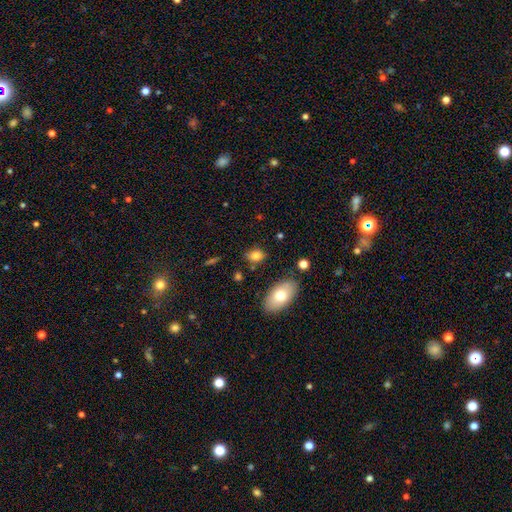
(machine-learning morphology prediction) A smooth galaxy with no disk features (79%) that is in between round and cigar-shaped (69%). Merging: none (74%).